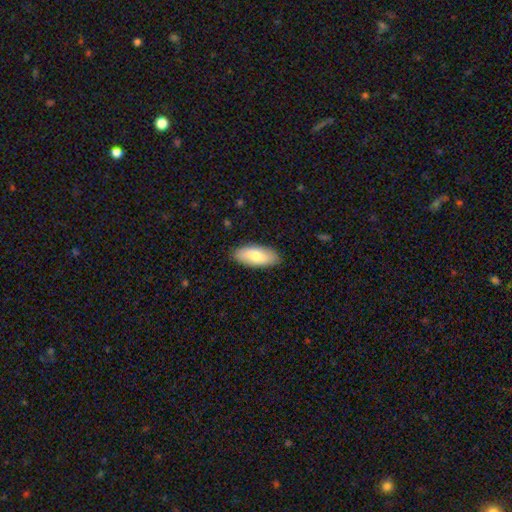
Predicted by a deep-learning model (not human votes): Smooth or featured? Predicted: smooth (p=0.78). How rounded? Predicted: in between (p=0.87). Merging? Predicted: none (p=0.88).